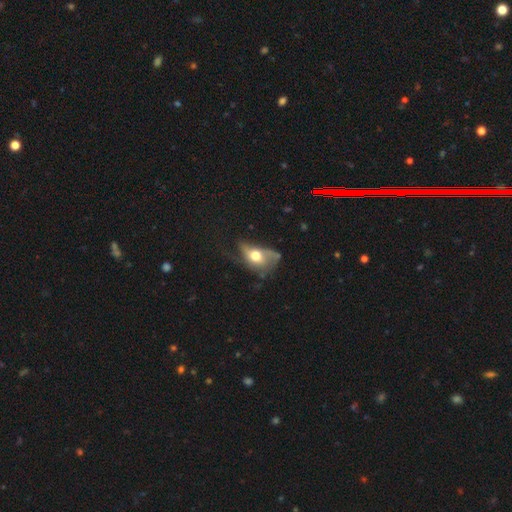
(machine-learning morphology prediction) Smooth or featured? smooth (49%)
Merging? major disturbance (41%)